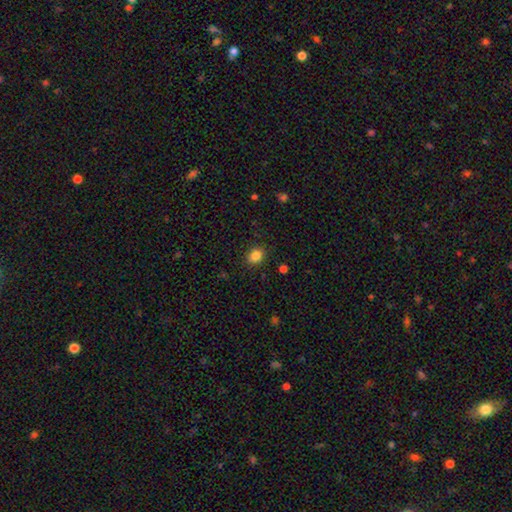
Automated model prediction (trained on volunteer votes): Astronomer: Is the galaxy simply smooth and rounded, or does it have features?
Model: smooth — 84%.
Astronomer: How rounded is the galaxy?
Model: round — 53% (runner-up: in between, 47%).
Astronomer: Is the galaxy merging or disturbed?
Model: none — 87%.